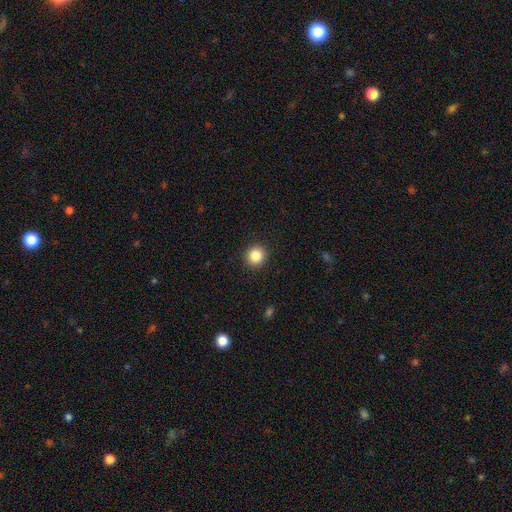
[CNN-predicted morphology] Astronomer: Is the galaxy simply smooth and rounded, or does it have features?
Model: smooth — 86%.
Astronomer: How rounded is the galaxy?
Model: round — 91%.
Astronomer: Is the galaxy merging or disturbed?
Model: none — 92%.